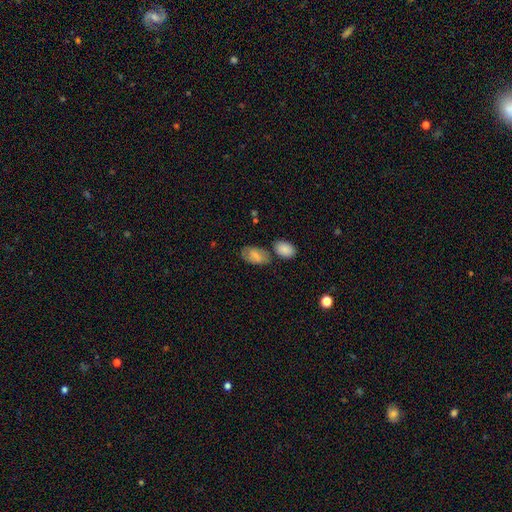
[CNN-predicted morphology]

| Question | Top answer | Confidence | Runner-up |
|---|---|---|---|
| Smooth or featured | smooth | 74% | featured or disk (19%) |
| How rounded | in between | 90% | round (8%) |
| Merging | none | 57% | minor disturbance (19%) |